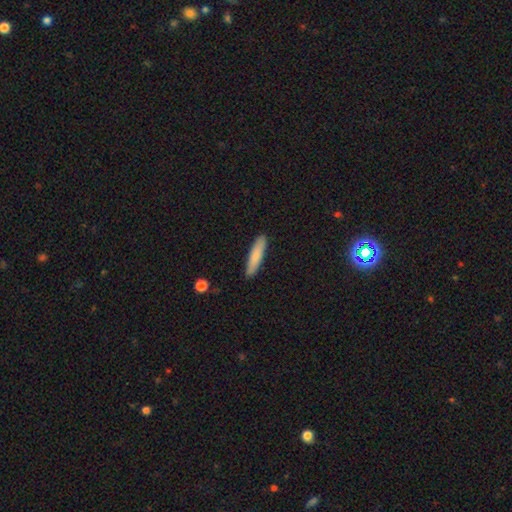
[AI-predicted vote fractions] Overall: smooth (80%). How rounded: cigar-shaped (82%). Merging: none (90%).